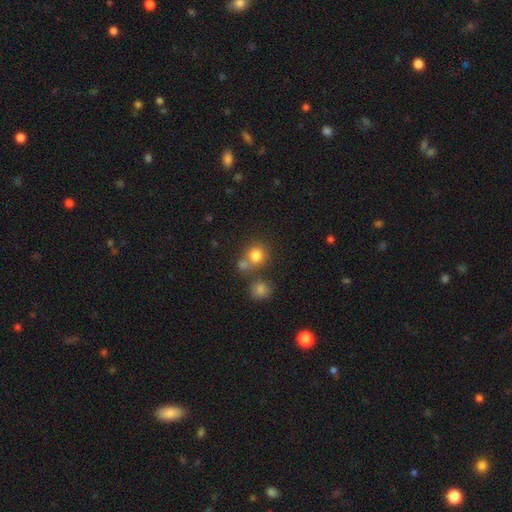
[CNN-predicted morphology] Overall: smooth (80%). How rounded: round (86%). Merging: none (58%; merger 29%).